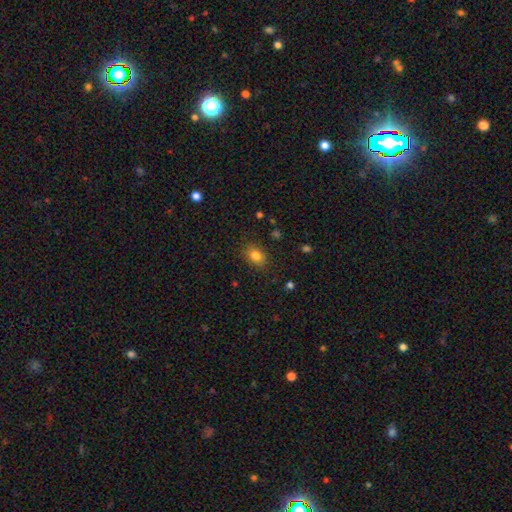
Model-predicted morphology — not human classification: Smooth or featured: smooth — 81% (star or artifact — 11%)
How rounded: in between — 67% (round — 32%)
Merging: none — 84% (minor disturbance — 12%)